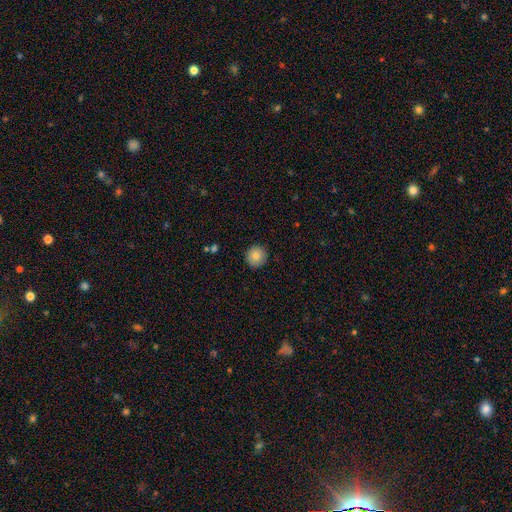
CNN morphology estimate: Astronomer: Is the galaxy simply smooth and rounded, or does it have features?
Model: smooth — 85%.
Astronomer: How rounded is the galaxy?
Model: round — 94%.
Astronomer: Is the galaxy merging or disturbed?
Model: none — 91%.